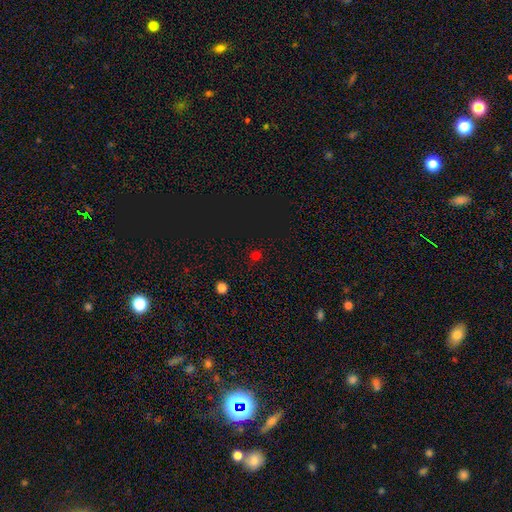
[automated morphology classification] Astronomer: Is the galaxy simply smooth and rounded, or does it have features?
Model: smooth — 55% (runner-up: star or artifact, 40%).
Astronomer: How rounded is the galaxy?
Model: round — 88%.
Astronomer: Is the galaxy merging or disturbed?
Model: none — 85%.